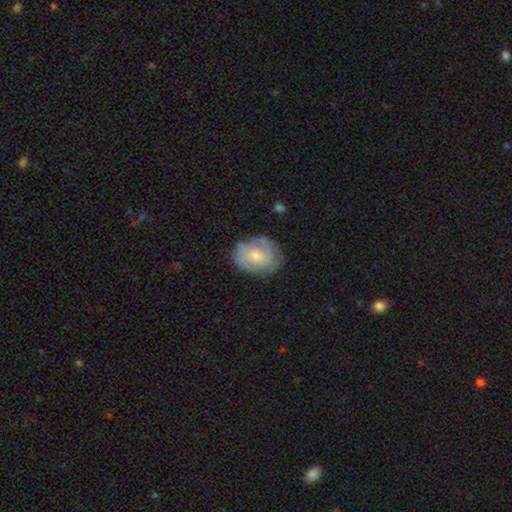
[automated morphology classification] smooth 50%, featured or disk 44%, star or artifact 6%. Down the decision tree: merging — none (69%).